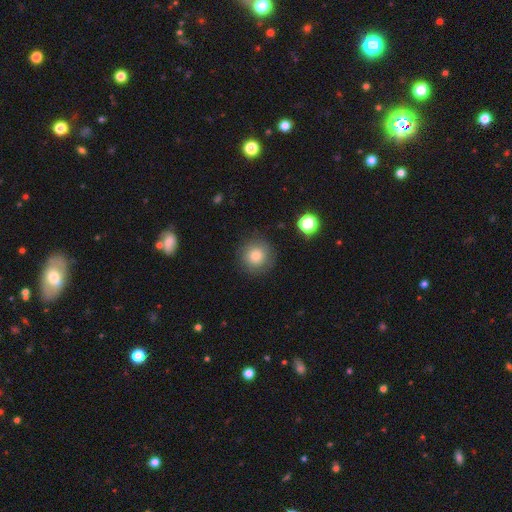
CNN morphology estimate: Smooth or featured? Predicted: smooth (p=0.81). How rounded? Predicted: round (p=0.94). Merging? Predicted: none (p=0.86).